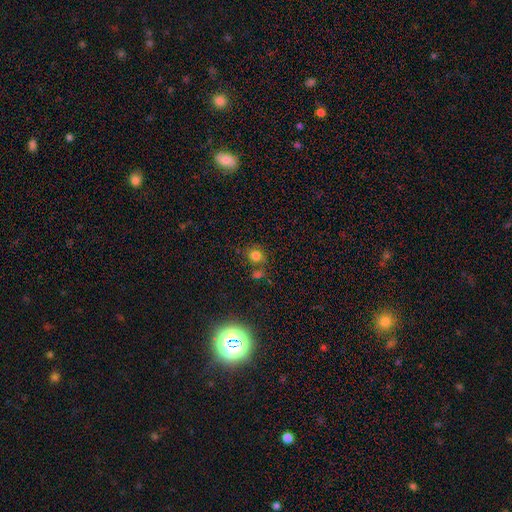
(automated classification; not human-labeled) Smooth or featured? smooth (76%)
How rounded? round (76%)
Merging? none (65%)